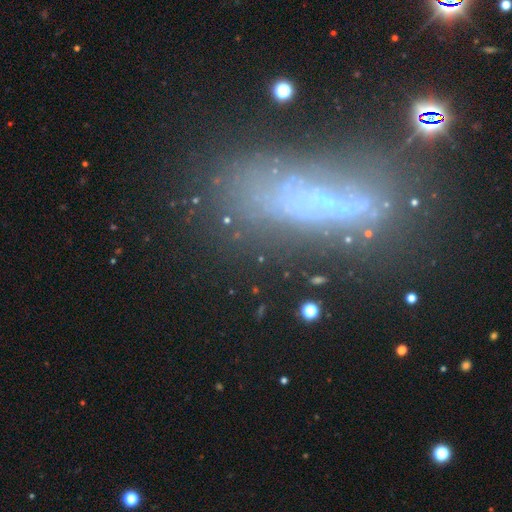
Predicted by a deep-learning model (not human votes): smooth_or_featured: featured or disk (p=0.54) [alt: smooth p=0.26]
disk_edge_on: no (p=0.66) [alt: yes p=0.34]
merging: none (p=0.47) [alt: major disturbance p=0.24]